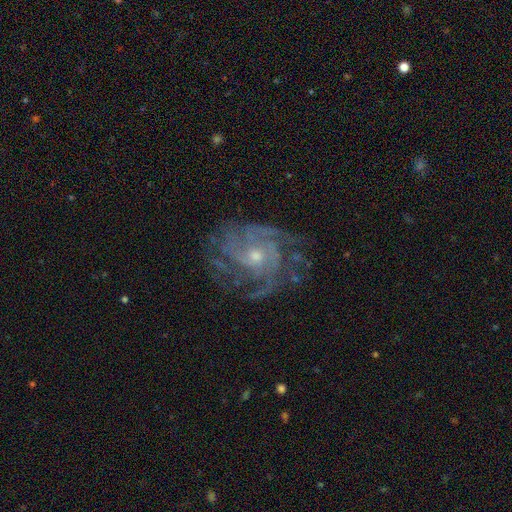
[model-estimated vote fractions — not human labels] Overall: featured or disk (87%). Edge-on disk: no (97%). Bar: no (73%). Spiral arms: yes (96%). Spiral arm count: 4 (26%; can't tell 23%). Spiral winding: tight (55%; medium 37%). Bulge size: small (59%; moderate 37%). Merging: none (71%).